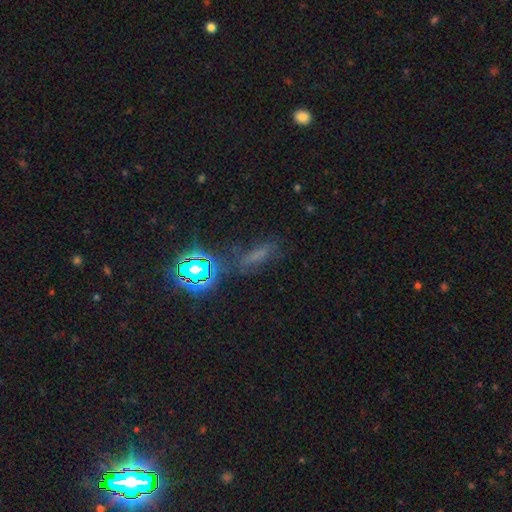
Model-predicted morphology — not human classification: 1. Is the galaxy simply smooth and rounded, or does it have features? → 42% star or artifact, 40% smooth, 17% featured or disk.